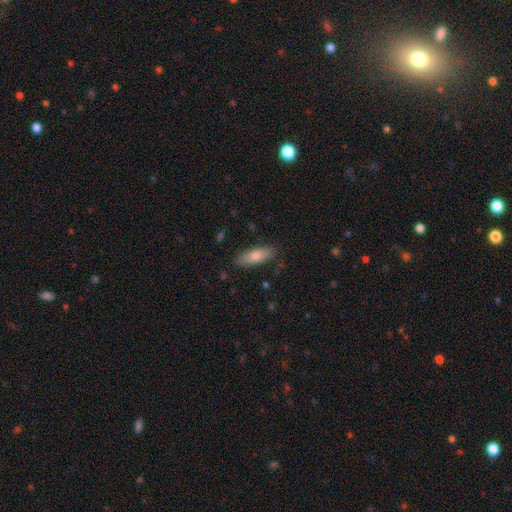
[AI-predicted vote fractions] This is likely a smooth galaxy (73%). How rounded: likely in between (66%). Merging: clearly none (85%).